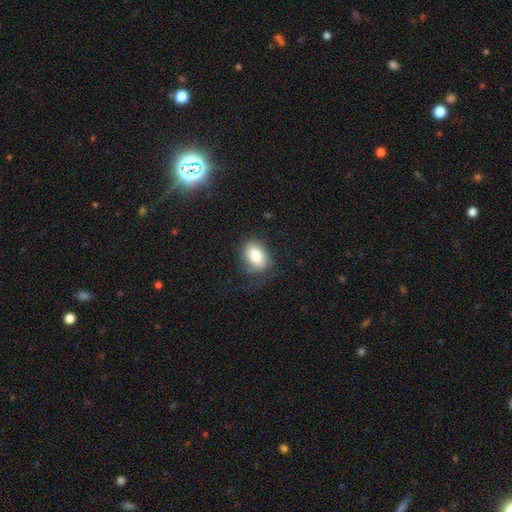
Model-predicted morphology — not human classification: Smooth or featured? Predicted: smooth (p=0.79). How rounded? Predicted: in between (p=0.83). Merging? Predicted: none (p=0.65).